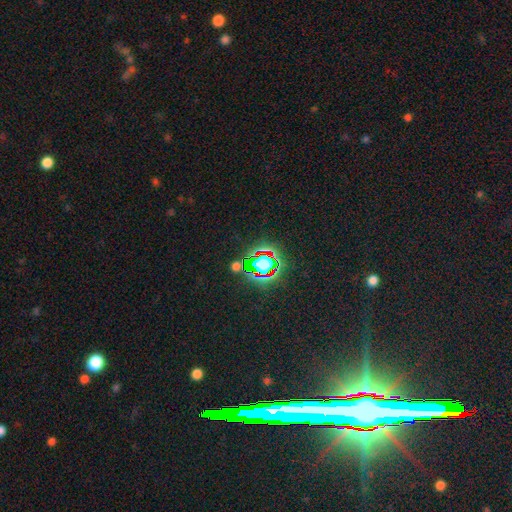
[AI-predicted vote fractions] This is clearly a star or artifact rather than a galaxy (81%).